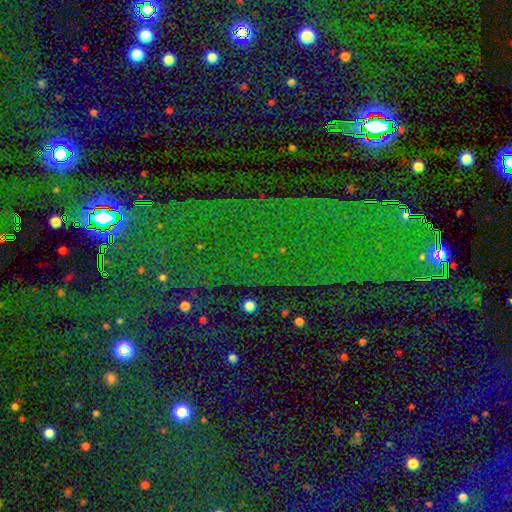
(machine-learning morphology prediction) A star or artifact, not a galaxy (80%).